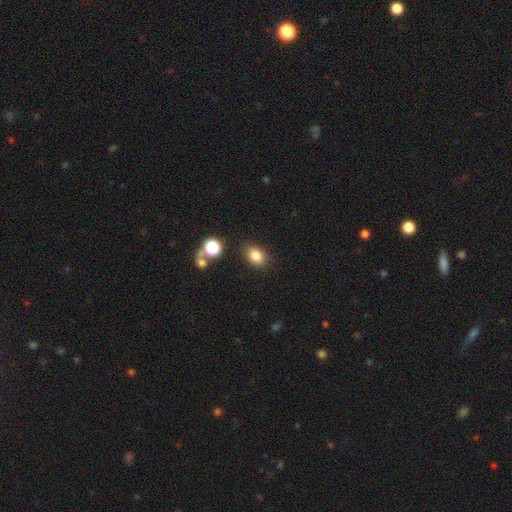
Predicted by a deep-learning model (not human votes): smooth-or-featured: smooth: 82% | star or artifact: 11% | featured or disk: 6%
  how-rounded: in between: 62% | round: 37% | cigar-shaped: 1%
  merging: none: 84% | minor disturbance: 9% | merger: 4% | major disturbance: 3%